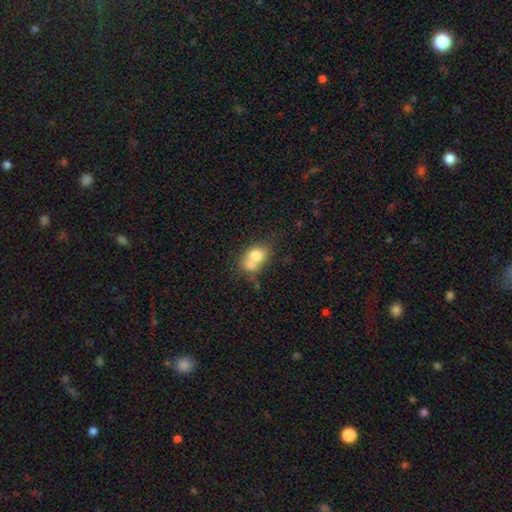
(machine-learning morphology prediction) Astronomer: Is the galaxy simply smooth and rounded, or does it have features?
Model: smooth — 72%.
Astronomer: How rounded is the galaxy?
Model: in between — 52% (runner-up: round, 47%).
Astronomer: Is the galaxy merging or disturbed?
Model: merger — 56%.